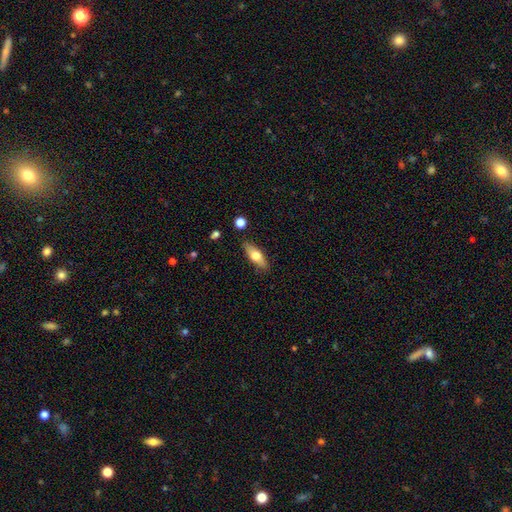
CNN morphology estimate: Smooth or featured?
  - smooth: 59% *
  - featured or disk: 34%
  - star or artifact: 7%
How rounded?
  - in between: 59% *
  - cigar-shaped: 38%
  - round: 3%
Merging?
  - none: 85% *
  - minor disturbance: 11%
  - merger: 2%
  - major disturbance: 2%